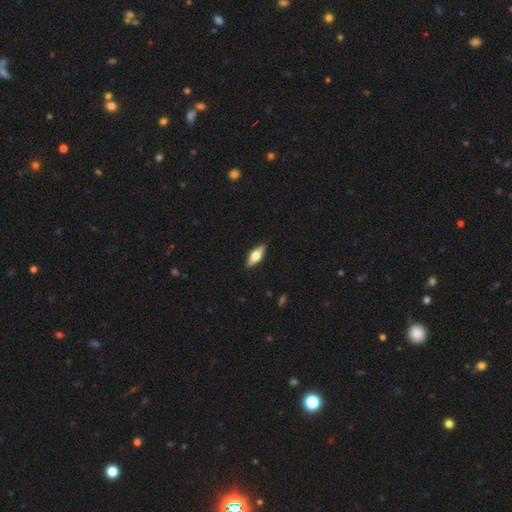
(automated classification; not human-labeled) smooth 49%, featured or disk 45%, star or artifact 6%. Down the decision tree: merging — none (90%).